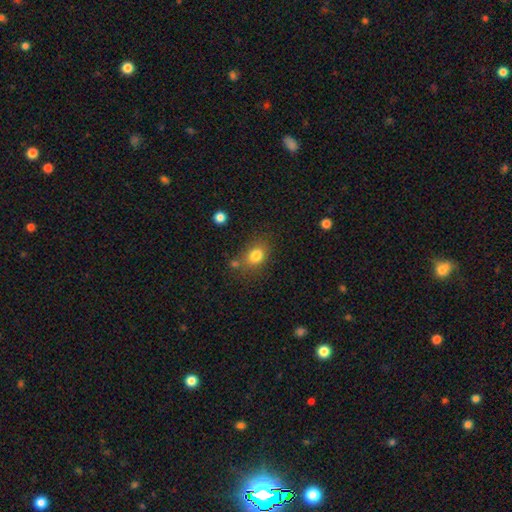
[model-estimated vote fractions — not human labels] The model was most divided on "how rounded": in between: 51%, round: 48%, cigar-shaped: 1%. More confident: smooth or featured — smooth (81%); merging — none (66%).